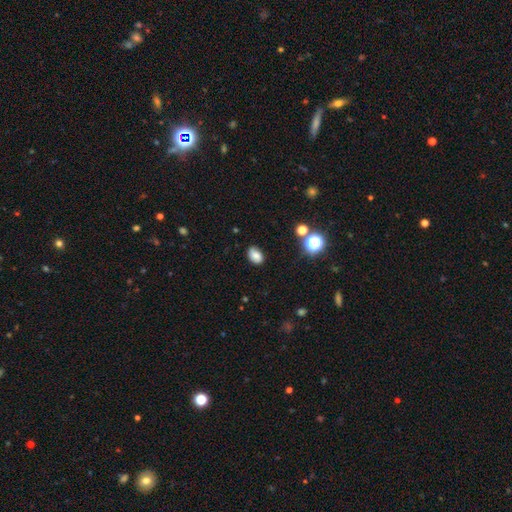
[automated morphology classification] This is likely a smooth galaxy (80%). How rounded: clearly in between (83%). Merging: clearly none (82%).